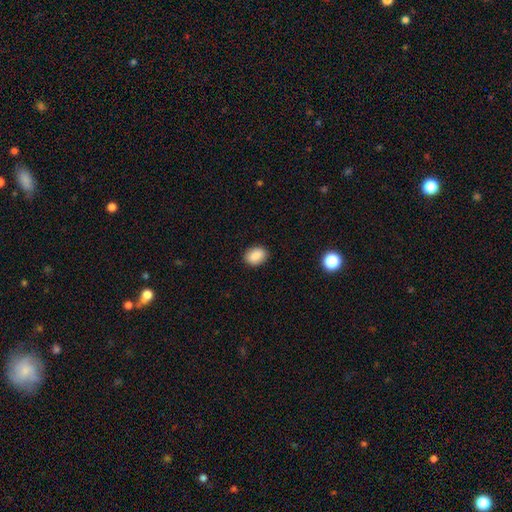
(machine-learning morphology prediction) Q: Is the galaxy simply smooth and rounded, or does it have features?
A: smooth — 88%.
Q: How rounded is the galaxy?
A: in between — 74%.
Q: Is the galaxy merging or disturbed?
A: none — 89%.